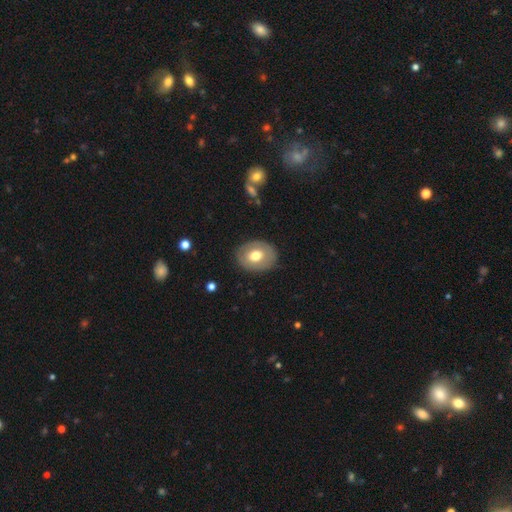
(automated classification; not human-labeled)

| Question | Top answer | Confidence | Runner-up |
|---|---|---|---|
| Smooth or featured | smooth | 63% | featured or disk (31%) |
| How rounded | in between | 59% | round (40%) |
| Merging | none | 85% | minor disturbance (10%) |